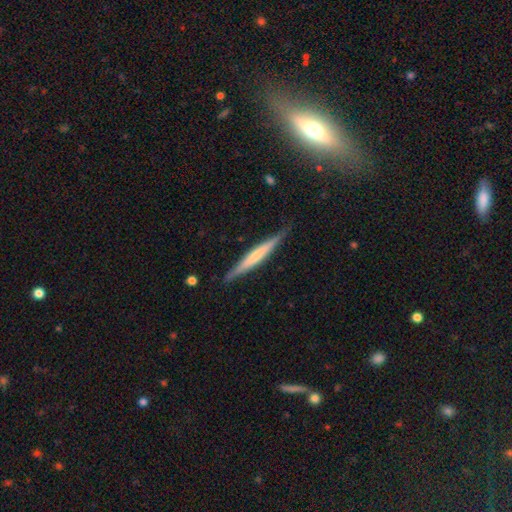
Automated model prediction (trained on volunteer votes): Overall: featured or disk (53%; smooth 42%). Edge-on disk: yes (96%). Edge-on bulge: none (58%; rounded 27%). Merging: none (85%).